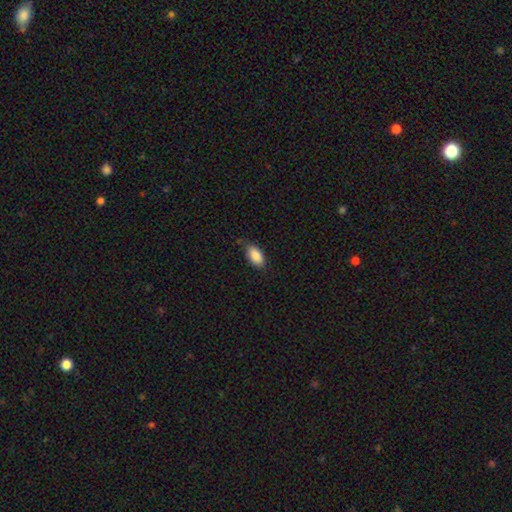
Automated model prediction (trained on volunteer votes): Overall: smooth (88%). How rounded: in between (92%). Merging: none (75%).